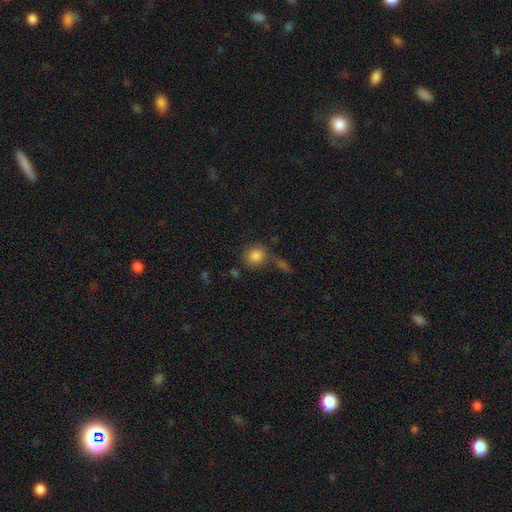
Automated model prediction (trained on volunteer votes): This is clearly a smooth galaxy (84%). How rounded: likely round (79%). Merging: likely none (68%).